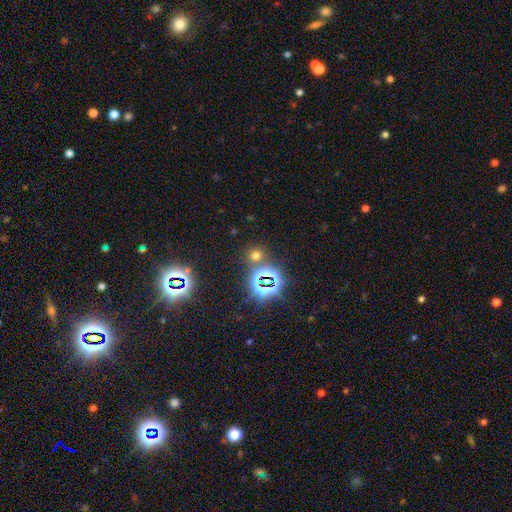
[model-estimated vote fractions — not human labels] Overall: smooth (51%; star or artifact 43%). How rounded: round (82%). Merging: none (76%).